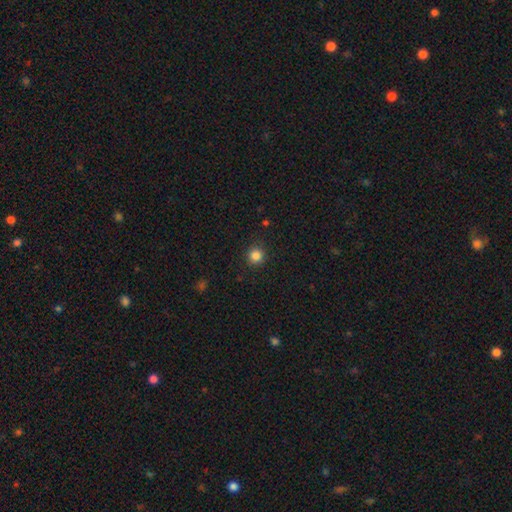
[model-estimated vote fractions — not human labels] This appears to be a smooth galaxy with no disk features (85%) that is round (94%). Merging: none (90%).